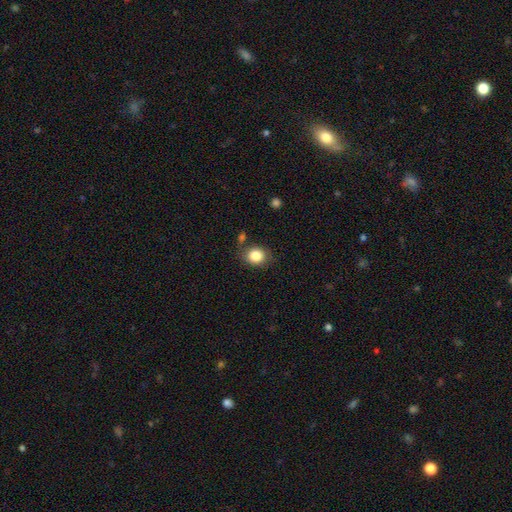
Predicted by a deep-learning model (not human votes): Morphology: type=smooth (84%); roundness=round (66%); merging=none (74%).